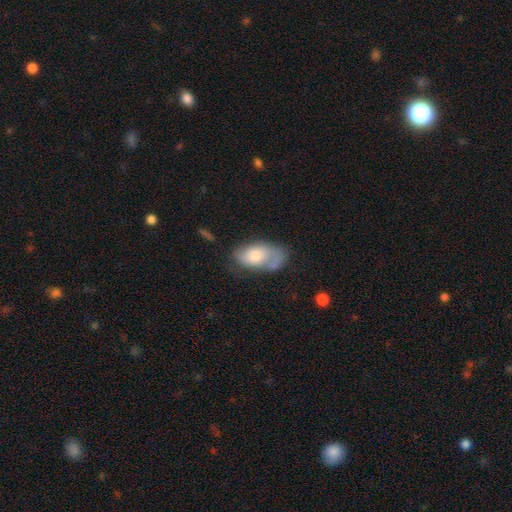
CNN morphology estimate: smooth-or-featured: smooth: 59% | featured or disk: 34% | star or artifact: 7%
  how-rounded: in between: 93% | round: 5% | cigar-shaped: 2%
  merging: none: 42% | minor disturbance: 28% | major disturbance: 24% | merger: 7%